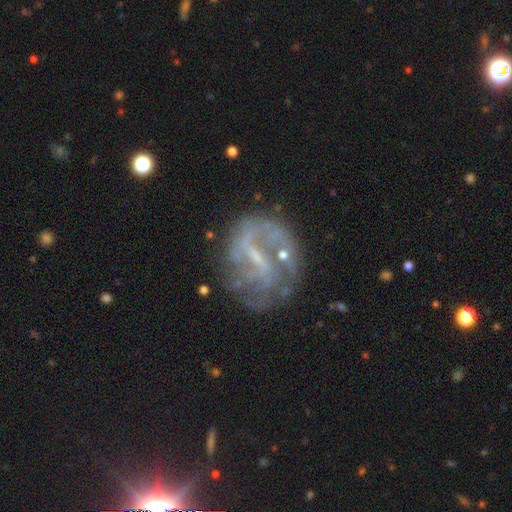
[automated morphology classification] featured or disk 75%, smooth 13%, star or artifact 11%. Down the decision tree: edge-on disk — no (97%); bar — weak (45%); spiral arms — yes (71%); spiral arm count — 2 (39%); spiral winding — medium (37%); bulge size — small (50%); merging — none (57%).